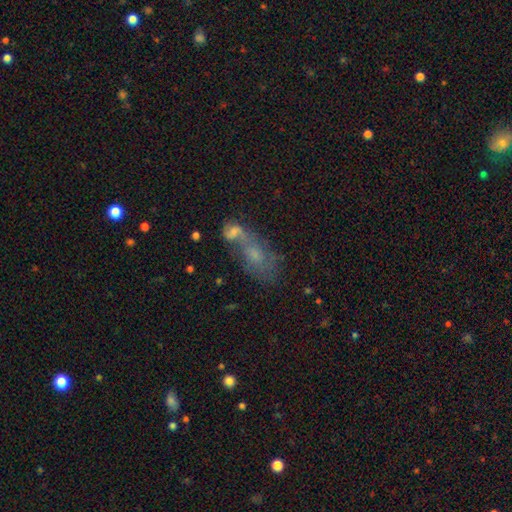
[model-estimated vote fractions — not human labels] Smooth or featured: smooth — 53% (featured or disk — 35%)
How rounded: in between — 84% (round — 9%)
Merging: merger — 57% (none — 19%)